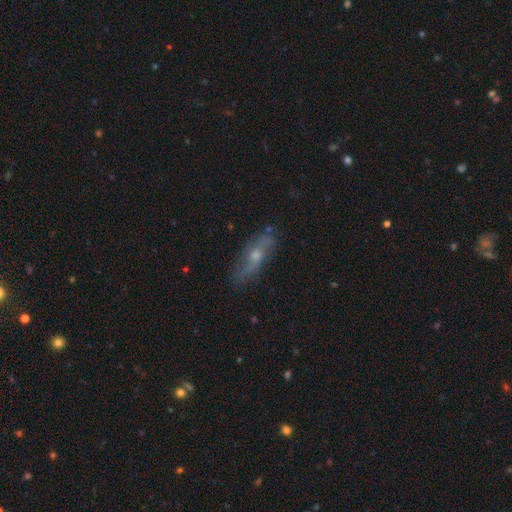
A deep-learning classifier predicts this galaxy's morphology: type=featured or disk (65%); edge-on=no (66%); merging=none (76%).